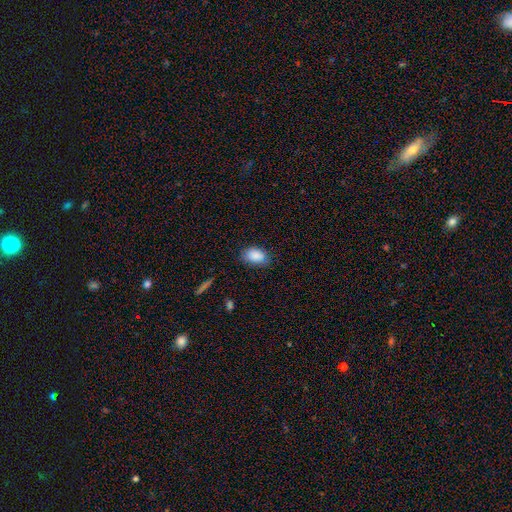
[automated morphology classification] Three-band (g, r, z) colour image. It shows a smooth galaxy with no disk features (88%) that is in between round and cigar-shaped (86%). Merging: none (76%).